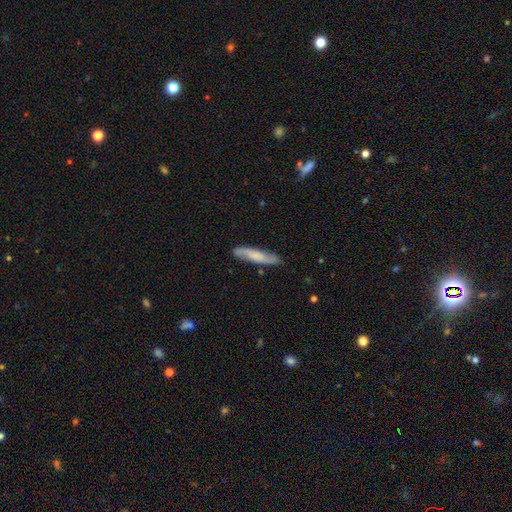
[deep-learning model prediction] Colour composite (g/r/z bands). It shows a smooth galaxy with no disk features (52%) that is cigar-shaped (87%). Merging: none (84%).